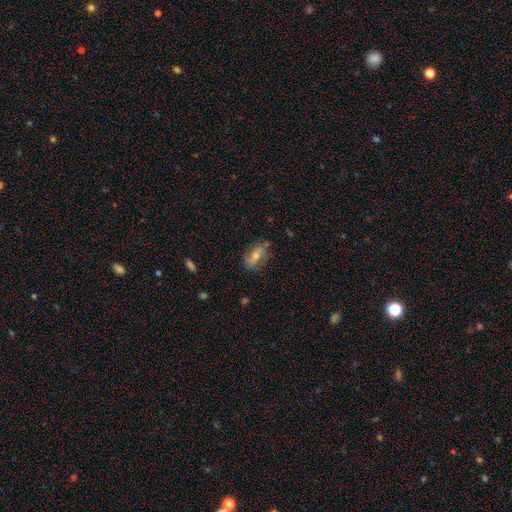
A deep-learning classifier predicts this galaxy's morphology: featured or disk 50%, smooth 39%, star or artifact 11%. Down the decision tree: merging — none (73%).